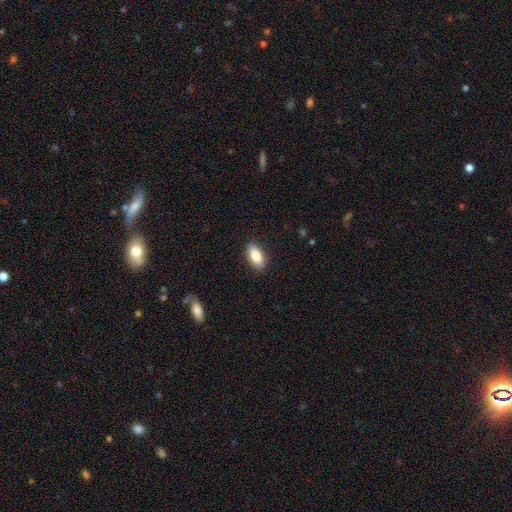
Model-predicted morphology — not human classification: smooth 85%, featured or disk 9%, star or artifact 7%. Down the decision tree: how rounded — in between (89%); merging — none (89%).